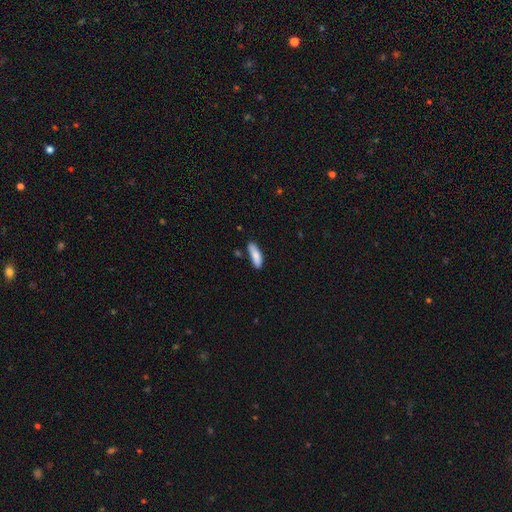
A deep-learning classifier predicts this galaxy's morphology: smooth-or-featured: smooth: 84% | featured or disk: 10% | star or artifact: 6%
  how-rounded: cigar-shaped: 49% (tied) | in between: 49% (tied) | round: 2%
  merging: none: 71% | minor disturbance: 20% | merger: 5% | major disturbance: 4%